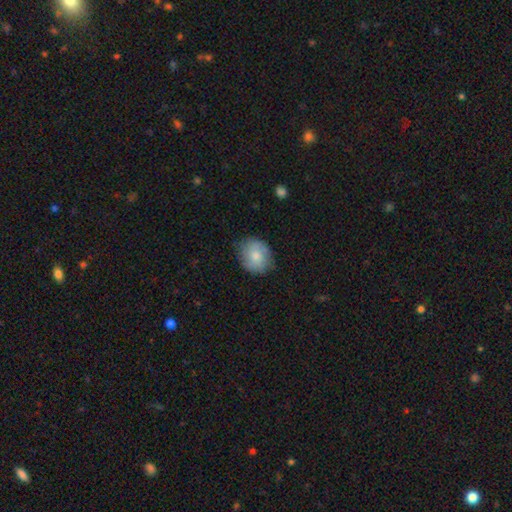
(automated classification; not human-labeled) smooth-or-featured: smooth: 71% | featured or disk: 22% | star or artifact: 7%
  how-rounded: round: 61% | in between: 38% | cigar-shaped: 1%
  merging: none: 77% | minor disturbance: 18% | major disturbance: 4% | merger: 1%